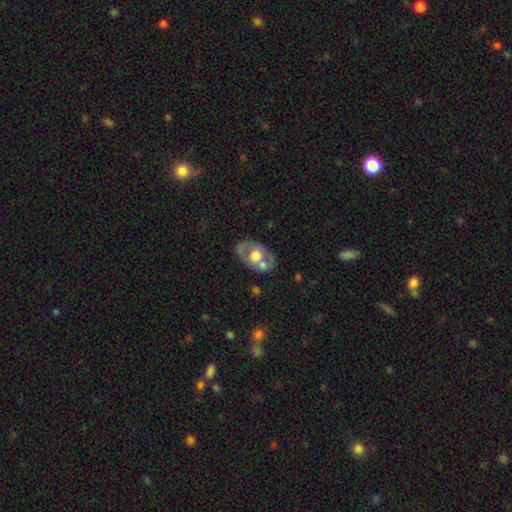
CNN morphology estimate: Smooth or featured?
  - featured or disk: 53% *
  - smooth: 41%
  - star or artifact: 7%
Edge-on disk?
  - no: 90% *
  - yes: 10%
Merging?
  - none: 55% *
  - merger: 19%
  - minor disturbance: 19%
  - major disturbance: 7%